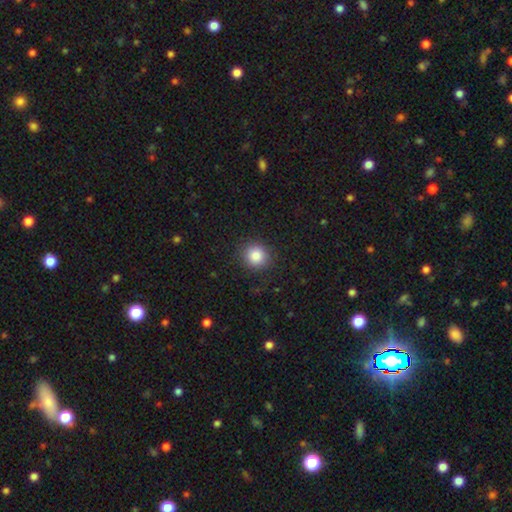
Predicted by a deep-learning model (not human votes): smooth 85%, star or artifact 10%, featured or disk 5%. Down the decision tree: how rounded — round (90%); merging — none (90%).